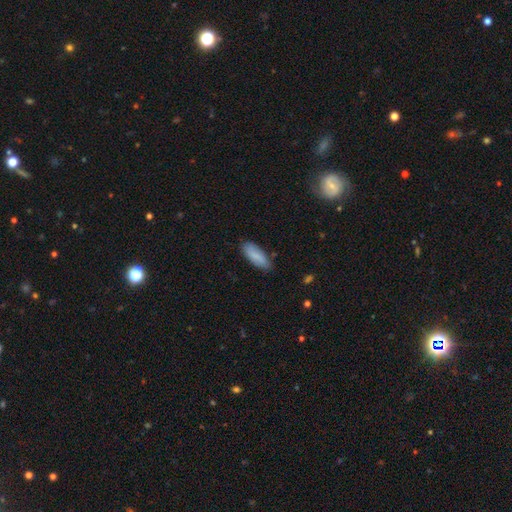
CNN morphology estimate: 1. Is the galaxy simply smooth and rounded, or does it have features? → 83% smooth, 11% featured or disk, 6% star or artifact.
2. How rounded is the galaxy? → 69% in between, 29% cigar-shaped, 2% round.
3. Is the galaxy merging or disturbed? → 79% none, 16% minor disturbance, 3% major disturbance, 2% merger.